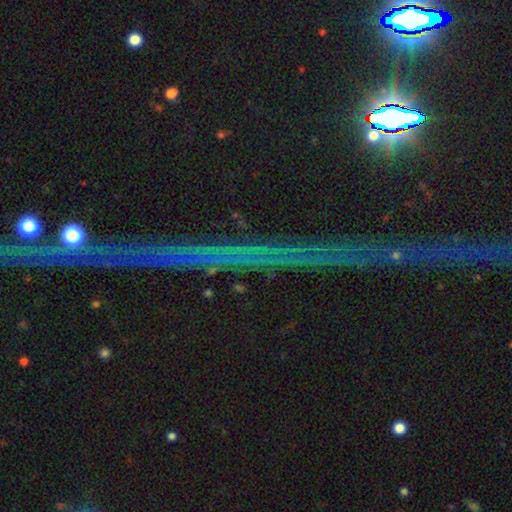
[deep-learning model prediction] A star or artifact, not a galaxy (79%).